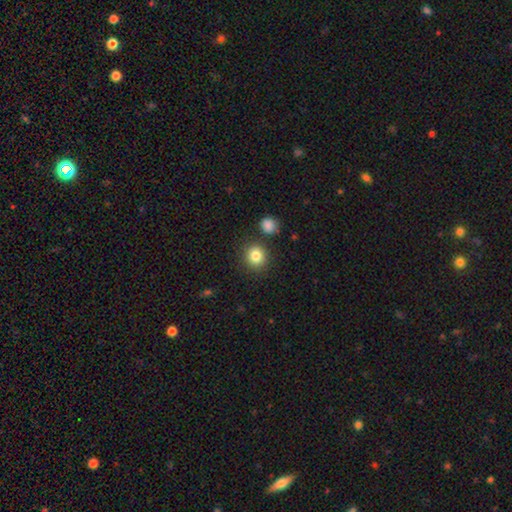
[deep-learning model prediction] A smooth galaxy with no disk features (84%) that is round (87%). Merging: none (85%).